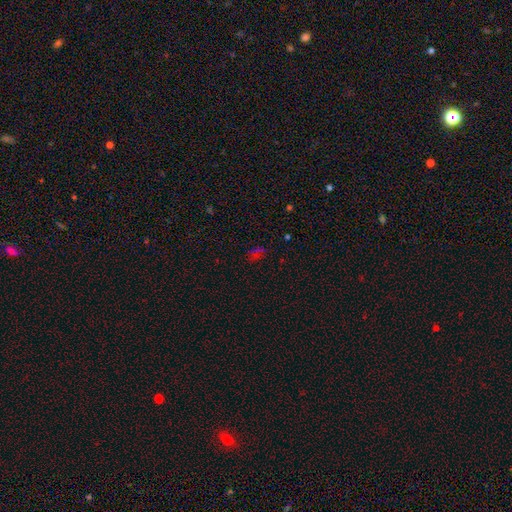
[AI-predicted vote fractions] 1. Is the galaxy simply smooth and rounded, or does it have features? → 49% star or artifact, 42% smooth, 9% featured or disk.